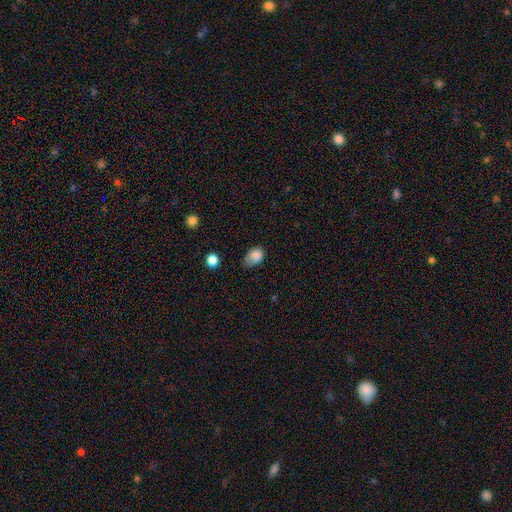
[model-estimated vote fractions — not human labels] The model was most divided on "merging": none: 43%, minor disturbance: 42%, major disturbance: 12%, merger: 2%. More confident: smooth or featured — smooth (83%); how rounded — in between (78%).